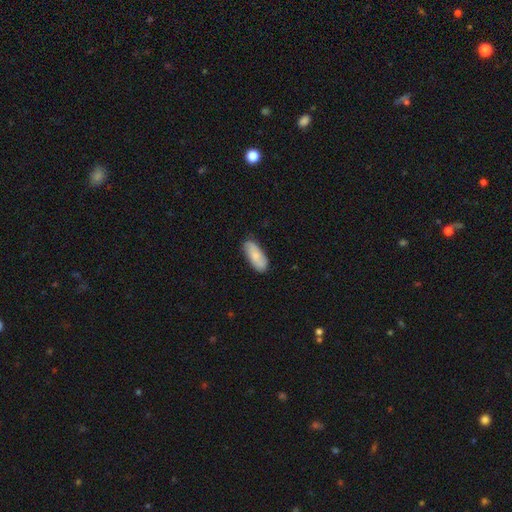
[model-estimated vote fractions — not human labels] smooth 77%, featured or disk 17%, star or artifact 6%. Down the decision tree: how rounded — in between (80%); merging — none (82%).